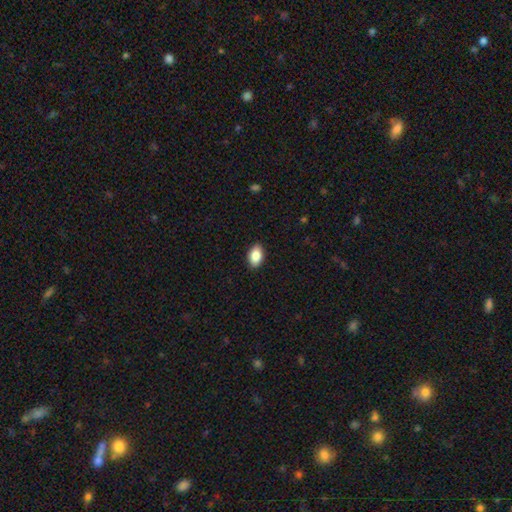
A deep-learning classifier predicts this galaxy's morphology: The model was most divided on "smooth or featured": smooth: 86%, star or artifact: 7%, featured or disk: 7%. More confident: how rounded — in between (91%); merging — none (90%).